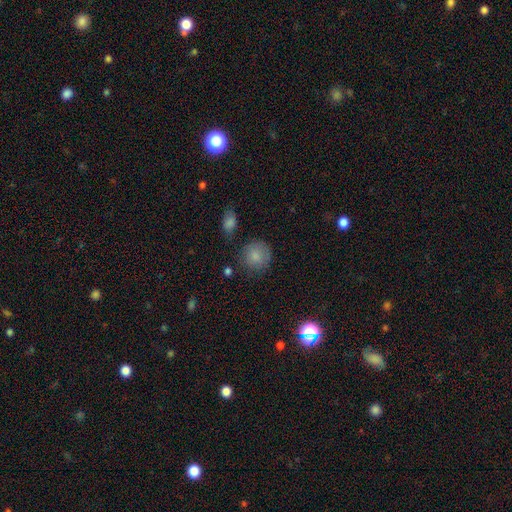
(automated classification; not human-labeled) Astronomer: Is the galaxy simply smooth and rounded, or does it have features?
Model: smooth — 85%.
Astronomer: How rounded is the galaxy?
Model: round — 88%.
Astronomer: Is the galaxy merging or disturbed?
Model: none — 74%.